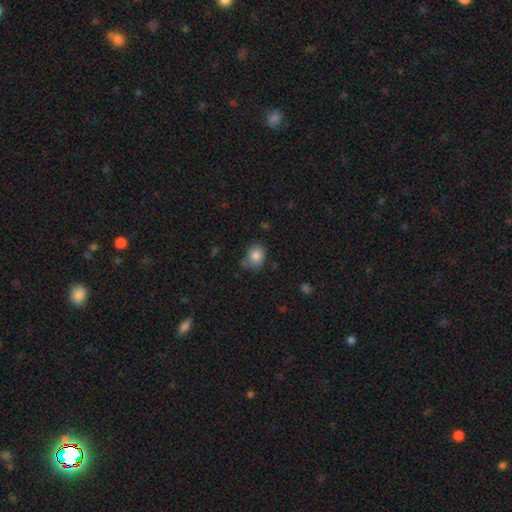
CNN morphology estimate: This appears to be a smooth galaxy with no disk features (84%) that is round (52%). Merging: none (67%).